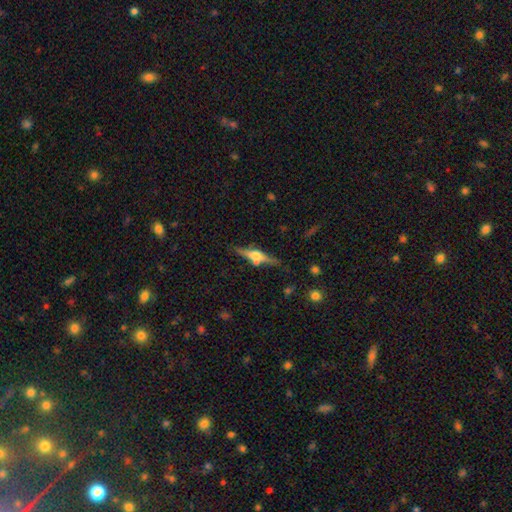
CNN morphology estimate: smooth_or_featured: featured or disk (p=0.69) [alt: smooth p=0.23]
disk_edge_on: yes (p=0.95) [alt: no p=0.05]
edge_on_bulge: rounded (p=0.89) [alt: boxy p=0.08]
merging: none (p=0.75) [alt: minor disturbance p=0.13]